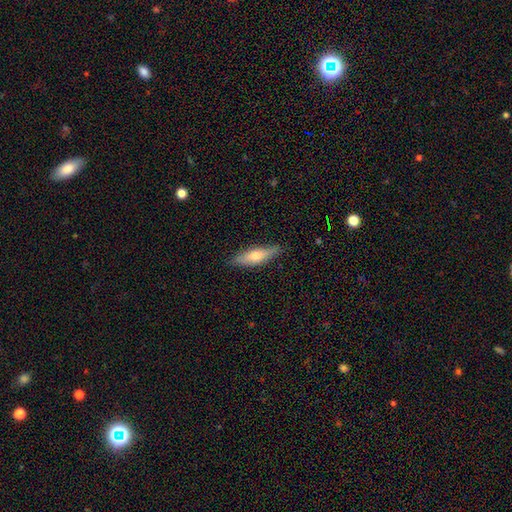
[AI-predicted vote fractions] Smooth or featured? Predicted: smooth (p=0.54). How rounded? Predicted: cigar-shaped (p=0.64). Merging? Predicted: none (p=0.84).